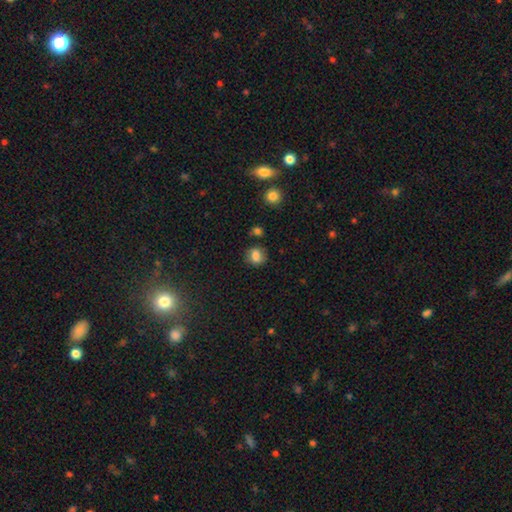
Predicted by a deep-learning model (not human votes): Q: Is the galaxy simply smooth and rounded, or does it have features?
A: smooth — 77%.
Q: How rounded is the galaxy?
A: round — 70%.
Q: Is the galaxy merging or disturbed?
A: none — 76%.